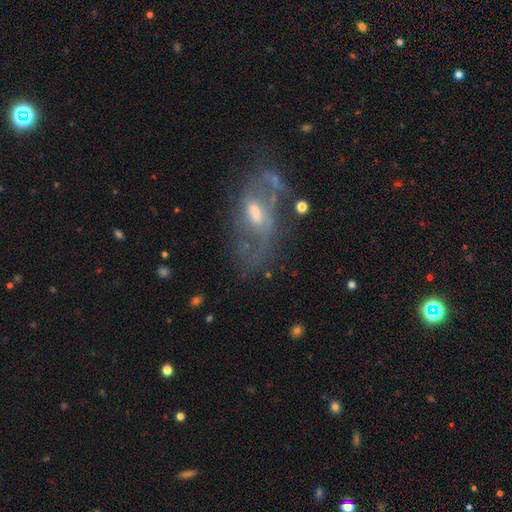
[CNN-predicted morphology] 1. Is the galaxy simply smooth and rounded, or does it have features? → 71% featured or disk, 18% smooth, 11% star or artifact.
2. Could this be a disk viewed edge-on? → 92% no, 8% yes.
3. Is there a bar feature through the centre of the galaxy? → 50% weak, 35% no, 15% strong.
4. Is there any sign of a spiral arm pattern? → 69% yes, 31% no.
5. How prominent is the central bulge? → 56% moderate, 24% small, 11% large, 8% none, 2% dominant.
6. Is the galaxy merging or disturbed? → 48% none, 25% major disturbance, 20% minor disturbance, 7% merger.